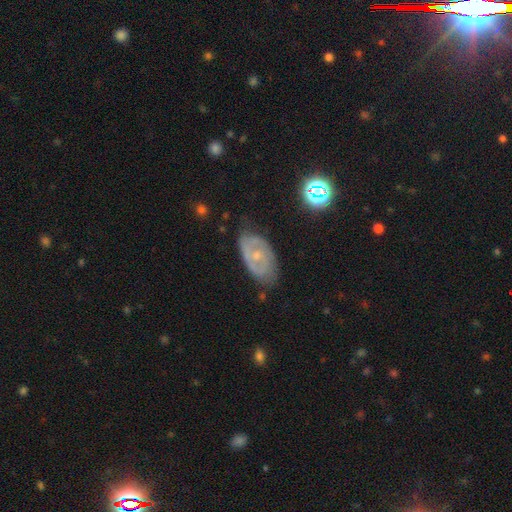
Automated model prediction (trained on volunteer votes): smooth-or-featured: featured or disk: 69% | smooth: 22% | star or artifact: 9%
  disk-edge-on: no: 94% | yes: 6%
    bar: no: 70% | weak: 25% | strong: 5%
    has-spiral-arms: yes: 73% | no: 27%
    bulge-size: small: 69% | moderate: 26% | none: 2% | large: 1% | dominant: 1%
  merging: none: 65% | minor disturbance: 26% | major disturbance: 7% | merger: 2%